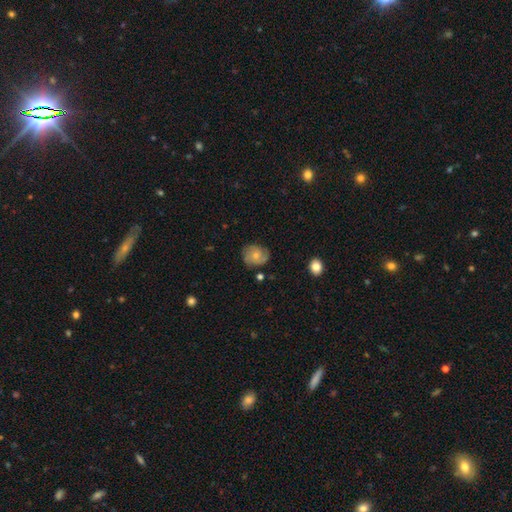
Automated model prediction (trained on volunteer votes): Overall: featured or disk (60%; smooth 32%). Edge-on disk: no (97%). Bar: no (77%). Spiral arms: yes (88%). Spiral arm count: 2 (42%; 3 22%). Spiral winding: tight (45%; medium 40%). Bulge size: small (55%; moderate 40%). Merging: none (72%).